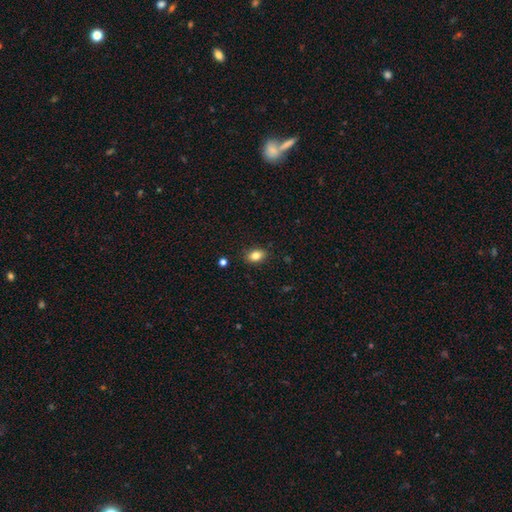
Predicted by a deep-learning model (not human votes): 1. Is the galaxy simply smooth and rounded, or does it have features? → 82% smooth, 10% star or artifact, 9% featured or disk.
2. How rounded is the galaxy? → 78% in between, 20% round, 2% cigar-shaped.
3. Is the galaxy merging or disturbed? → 86% none, 11% minor disturbance, 2% major disturbance, 1% merger.